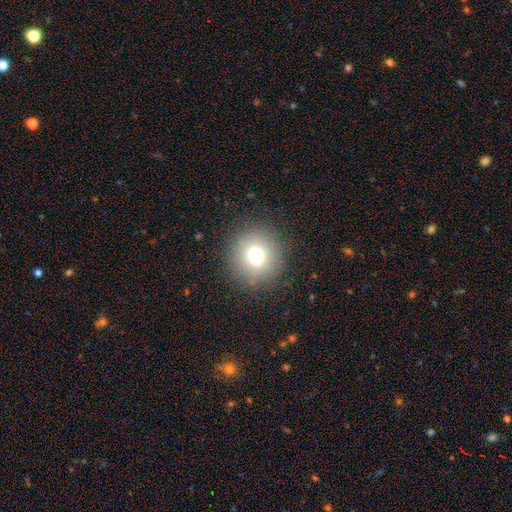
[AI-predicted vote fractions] Overall: smooth (70%). How rounded: round (89%). Merging: none (86%).